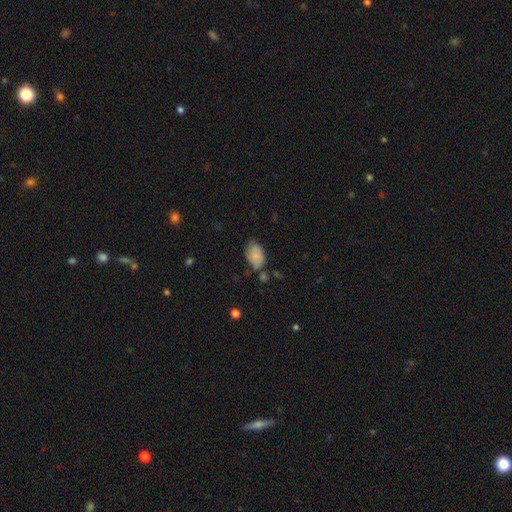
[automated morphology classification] Smooth or featured? smooth (78%)
How rounded? in between (86%)
Merging? none (55%)